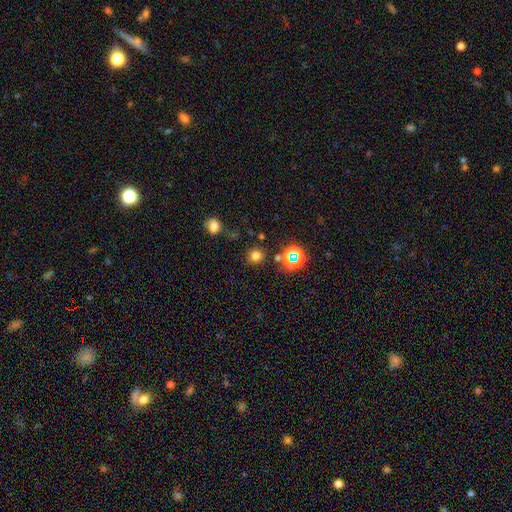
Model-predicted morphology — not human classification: A smooth galaxy with no disk features (73%) that is round (88%). Merging: none (83%).